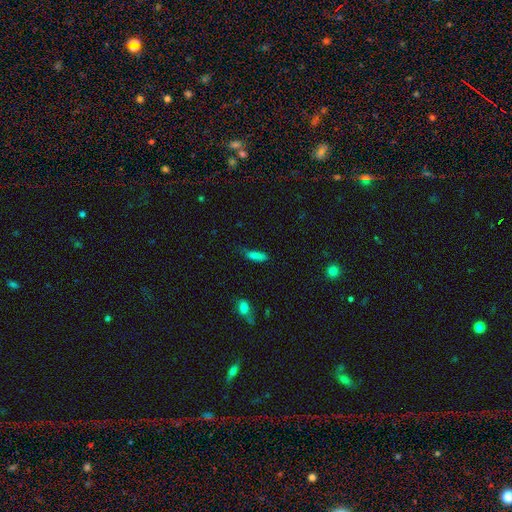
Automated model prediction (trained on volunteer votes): smooth-or-featured: smooth: 81% | star or artifact: 11% | featured or disk: 8%
  how-rounded: in between: 51% | cigar-shaped: 46% | round: 3%
  merging: none: 53% | minor disturbance: 32% | major disturbance: 11% | merger: 4%